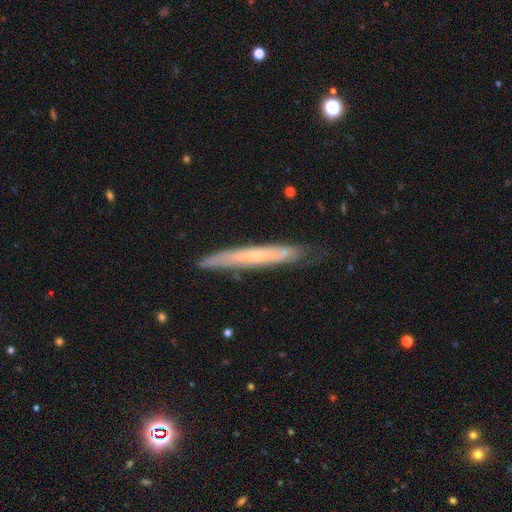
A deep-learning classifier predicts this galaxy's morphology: This is likely a featured or disk galaxy (61%). It is clearly viewed edge-on (82%). Edge-on bulge: possibly none (51%). Merging: likely none (77%).